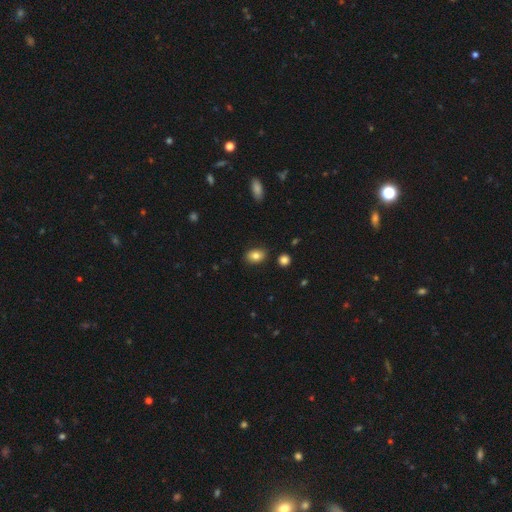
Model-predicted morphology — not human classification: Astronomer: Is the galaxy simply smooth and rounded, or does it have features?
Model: smooth — 82%.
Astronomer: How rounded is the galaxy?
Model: in between — 82%.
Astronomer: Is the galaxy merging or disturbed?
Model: none — 84%.